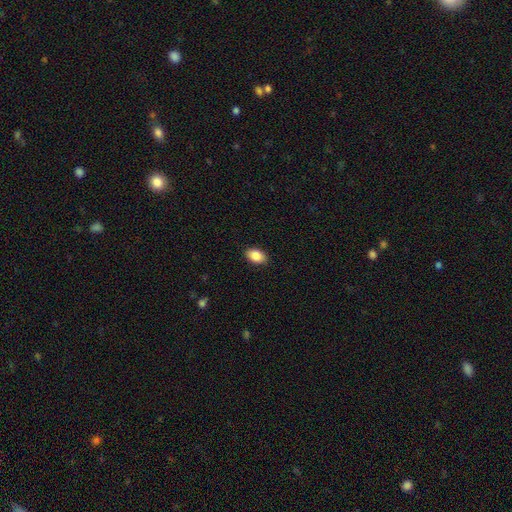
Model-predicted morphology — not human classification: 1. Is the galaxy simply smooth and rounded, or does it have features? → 87% smooth, 7% star or artifact, 6% featured or disk.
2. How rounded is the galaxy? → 90% in between, 9% round, 1% cigar-shaped.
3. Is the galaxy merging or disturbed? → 89% none, 8% minor disturbance, 2% major disturbance, 1% merger.